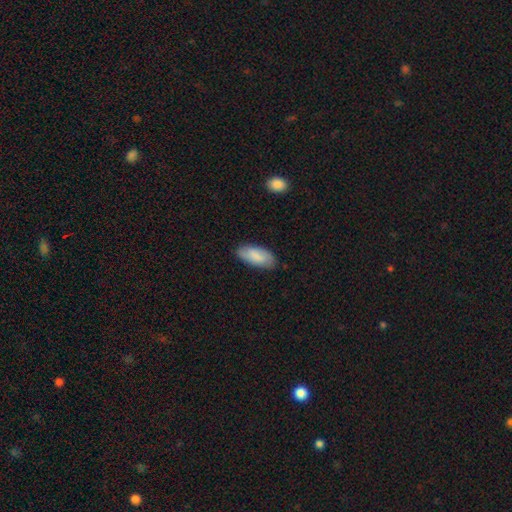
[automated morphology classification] Smooth or featured?
  - smooth: 81% *
  - featured or disk: 13%
  - star or artifact: 6%
How rounded?
  - in between: 89% *
  - cigar-shaped: 9%
  - round: 2%
Merging?
  - none: 83% *
  - minor disturbance: 13%
  - major disturbance: 2%
  - merger: 1%